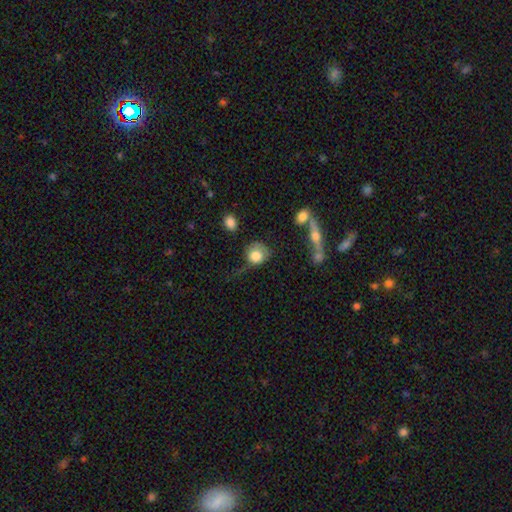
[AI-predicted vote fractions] Smooth or featured?
  - smooth: 77% *
  - featured or disk: 15%
  - star or artifact: 8%
How rounded?
  - round: 69% *
  - in between: 30%
  - cigar-shaped: 1%
Merging?
  - none: 33% *
  - minor disturbance: 31%
  - major disturbance: 29%
  - merger: 7%